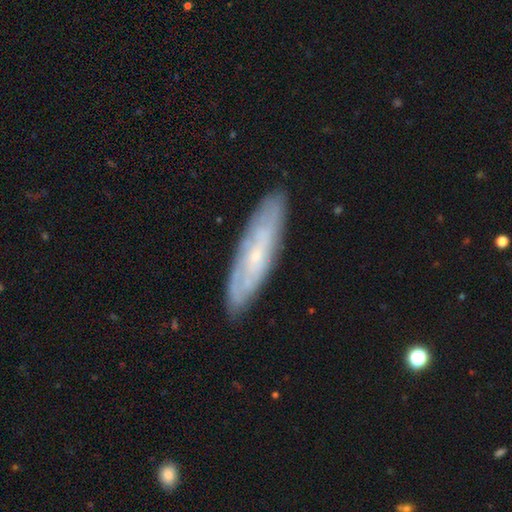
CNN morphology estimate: Overall: featured or disk (63%; smooth 30%). Edge-on disk: no (66%; yes 34%). Merging: none (85%).